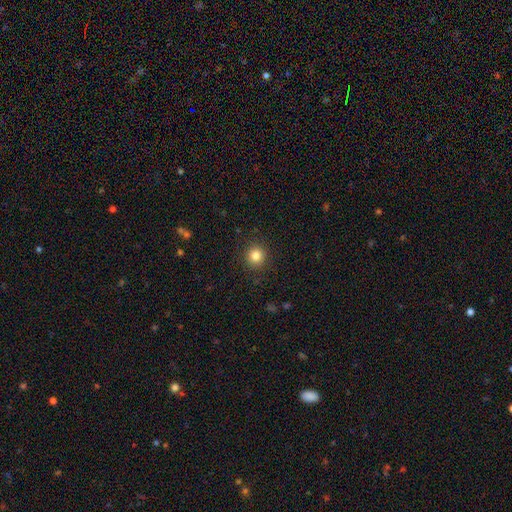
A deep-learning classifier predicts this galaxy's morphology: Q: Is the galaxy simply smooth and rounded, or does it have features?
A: smooth — 83%.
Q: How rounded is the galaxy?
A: round — 92%.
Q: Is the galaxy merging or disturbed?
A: none — 91%.